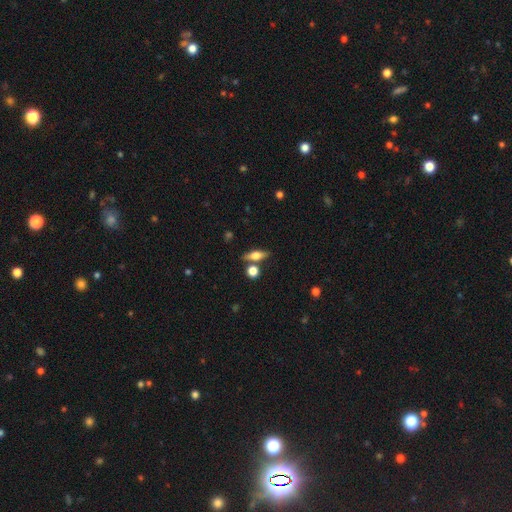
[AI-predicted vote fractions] smooth-or-featured: featured or disk: 46% | smooth: 45% | star or artifact: 9%
  merging: none: 75% | merger: 11% | minor disturbance: 11% | major disturbance: 3%